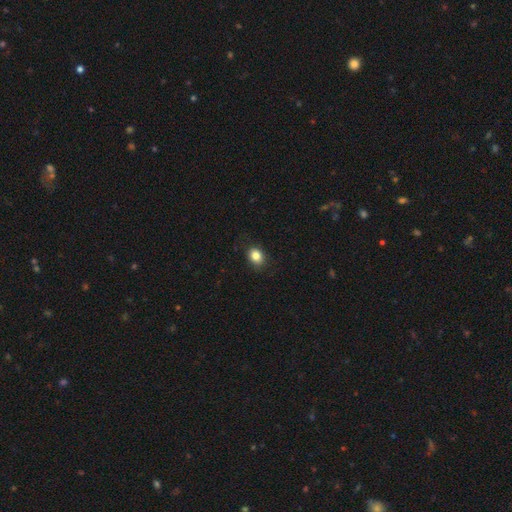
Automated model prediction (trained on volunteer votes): smooth 84%, star or artifact 10%, featured or disk 6%. Down the decision tree: how rounded — in between (55%); merging — none (86%).